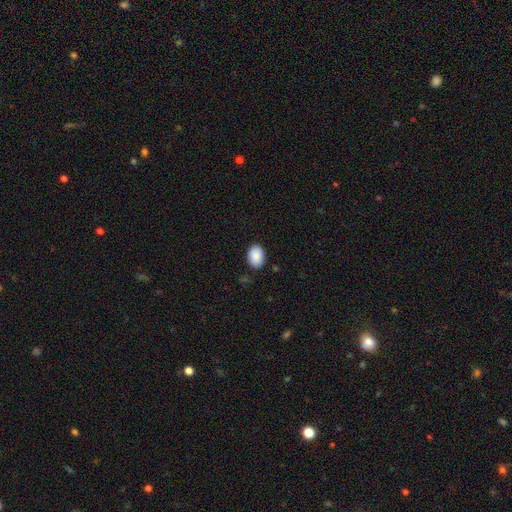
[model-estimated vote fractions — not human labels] Morphology: type=smooth (90%); roundness=in between (79%); merging=none (86%).